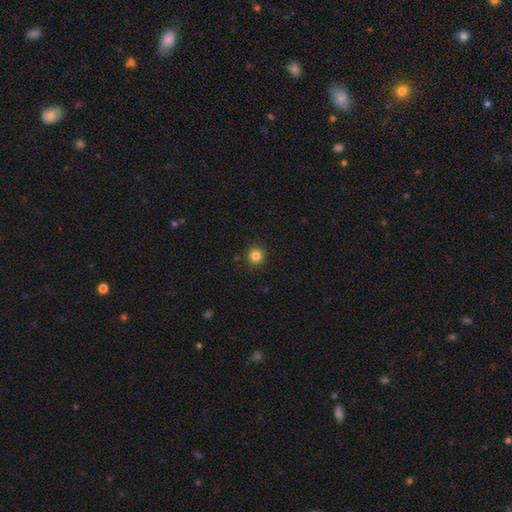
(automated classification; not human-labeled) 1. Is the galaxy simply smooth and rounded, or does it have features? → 83% smooth, 13% star or artifact, 5% featured or disk.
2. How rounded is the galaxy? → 93% round, 6% in between, 1% cigar-shaped.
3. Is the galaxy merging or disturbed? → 92% none, 5% minor disturbance, 2% major disturbance, 1% merger.